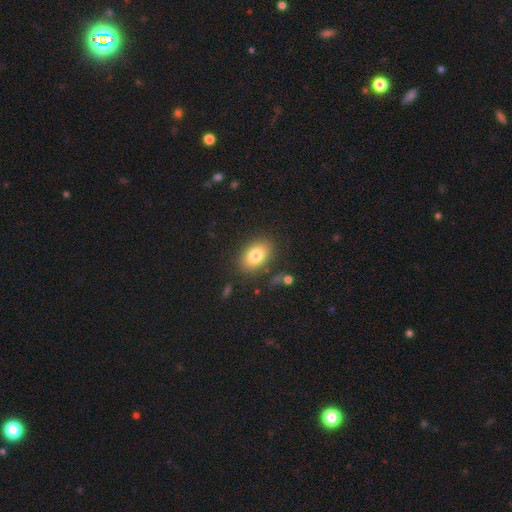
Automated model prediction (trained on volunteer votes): Smooth or featured: smooth — 79% (featured or disk — 12%)
How rounded: in between — 83% (round — 16%)
Merging: none — 84% (minor disturbance — 11%)